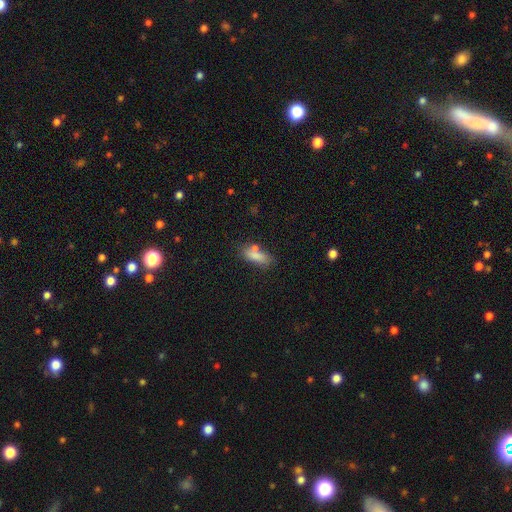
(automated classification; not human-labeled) smooth_or_featured: smooth (p=0.69) [alt: star or artifact p=0.16]
how_rounded: in between (p=0.62) [alt: cigar-shaped p=0.33]
merging: none (p=0.65) [alt: minor disturbance p=0.16]